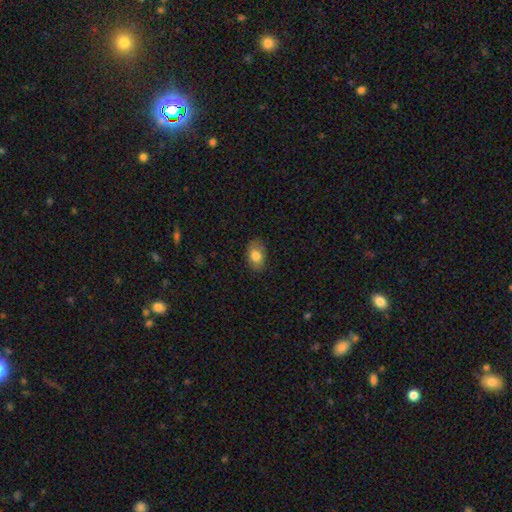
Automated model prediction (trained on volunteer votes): Smooth or featured?
  - smooth: 80% *
  - featured or disk: 12%
  - star or artifact: 8%
How rounded?
  - in between: 88% *
  - round: 11%
  - cigar-shaped: 1%
Merging?
  - none: 82% *
  - minor disturbance: 14%
  - major disturbance: 3%
  - merger: 1%